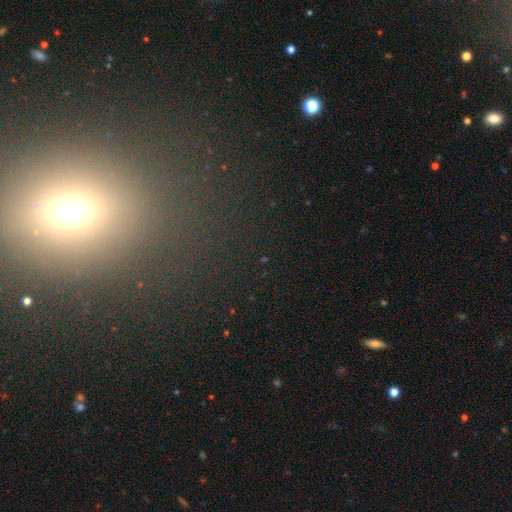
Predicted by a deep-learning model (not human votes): Smooth or featured? Predicted: star or artifact (p=0.44).